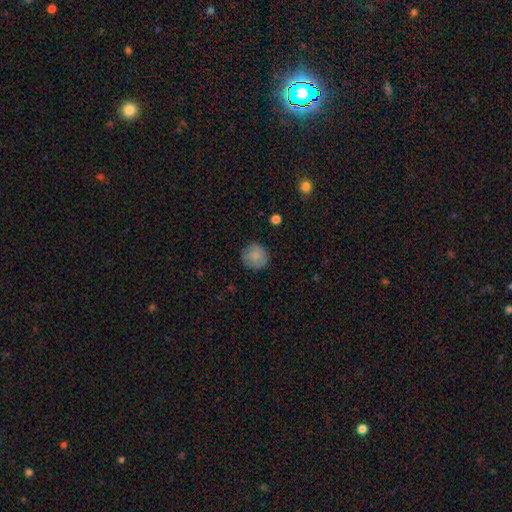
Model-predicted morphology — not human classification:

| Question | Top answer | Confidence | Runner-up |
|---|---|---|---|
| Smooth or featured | smooth | 83% | featured or disk (10%) |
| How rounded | round | 91% | in between (8%) |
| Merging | none | 83% | minor disturbance (12%) |